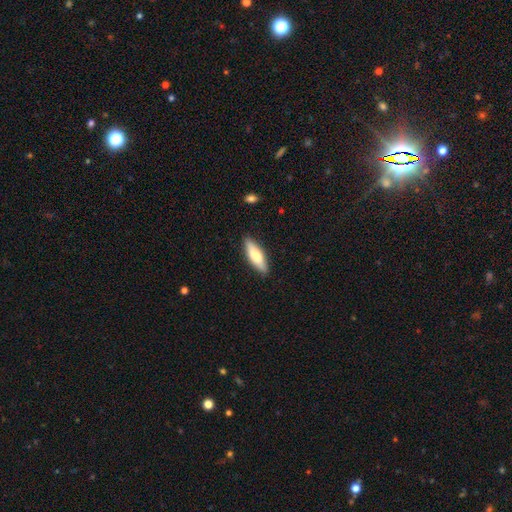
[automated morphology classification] smooth-or-featured: smooth: 70% | featured or disk: 25% | star or artifact: 6%
  how-rounded: in between: 50% | cigar-shaped: 48% | round: 2%
  merging: none: 87% | minor disturbance: 10% | major disturbance: 2% | merger: 1%